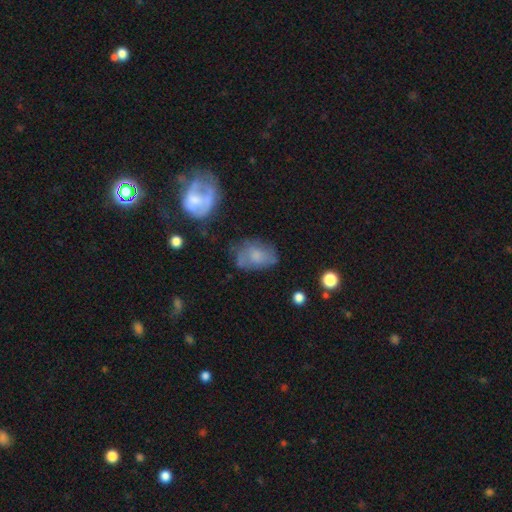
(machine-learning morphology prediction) Smooth or featured?
  - smooth: 57% *
  - featured or disk: 33%
  - star or artifact: 10%
How rounded?
  - in between: 82% *
  - round: 16%
  - cigar-shaped: 2%
Merging?
  - none: 50% *
  - minor disturbance: 29%
  - major disturbance: 17%
  - merger: 5%